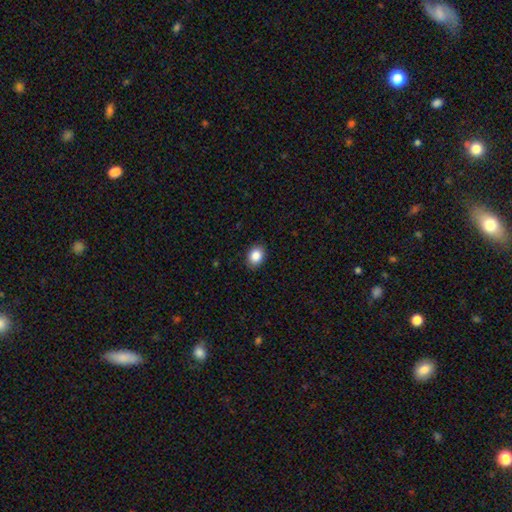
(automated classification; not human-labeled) A smooth galaxy with no disk features (87%) that is in between round and cigar-shaped (62%).

Vote fractions:
- Smooth or featured? smooth: 87% / star or artifact: 8% / featured or disk: 5%
- How rounded? in between: 62% / round: 37% / cigar-shaped: 1%
- Merging? none: 89% / minor disturbance: 8% / major disturbance: 2% / merger: 1%